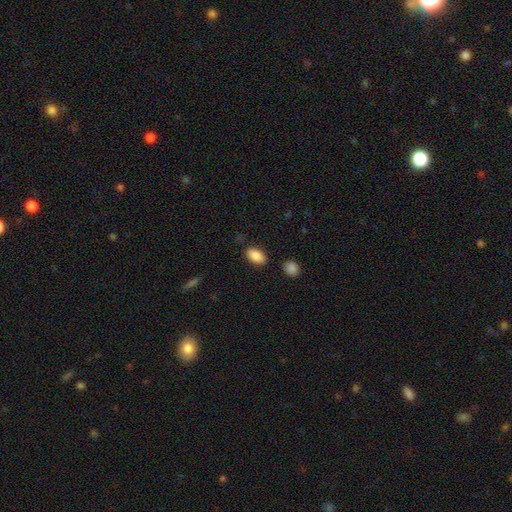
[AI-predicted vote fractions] Morphology: type=smooth (87%); roundness=in between (92%); merging=none (83%).